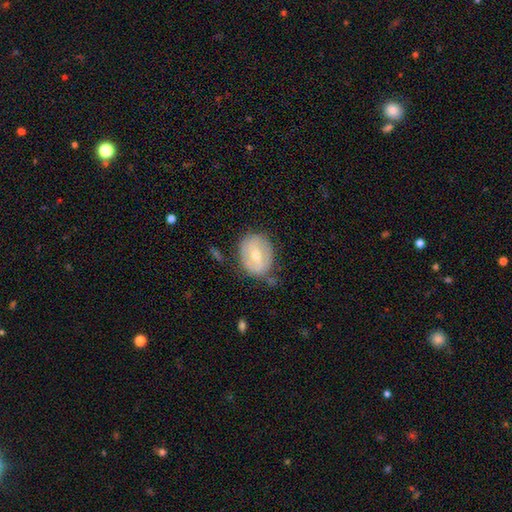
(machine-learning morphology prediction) Q: Smooth or featured?
A: smooth (50%); runner-up: featured or disk (43%)
Q: Merging?
A: none (69%); runner-up: minor disturbance (21%)